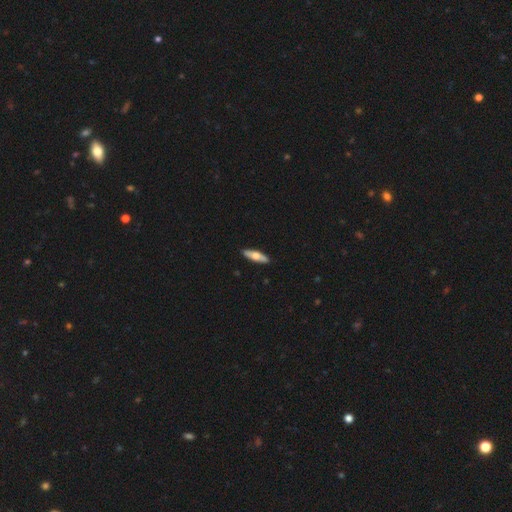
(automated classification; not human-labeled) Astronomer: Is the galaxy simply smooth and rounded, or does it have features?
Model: smooth — 55% (runner-up: featured or disk, 40%).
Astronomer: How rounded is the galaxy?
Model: cigar-shaped — 59% (runner-up: in between, 39%).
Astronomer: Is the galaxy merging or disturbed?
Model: none — 91%.